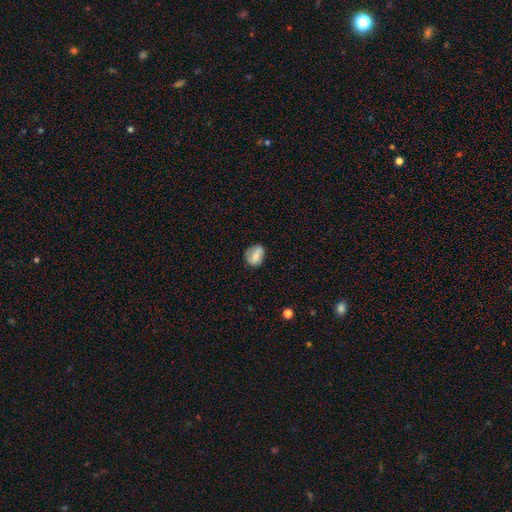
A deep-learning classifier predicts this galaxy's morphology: smooth 70%, featured or disk 22%, star or artifact 8%. Down the decision tree: how rounded — in between (52%); merging — none (66%).